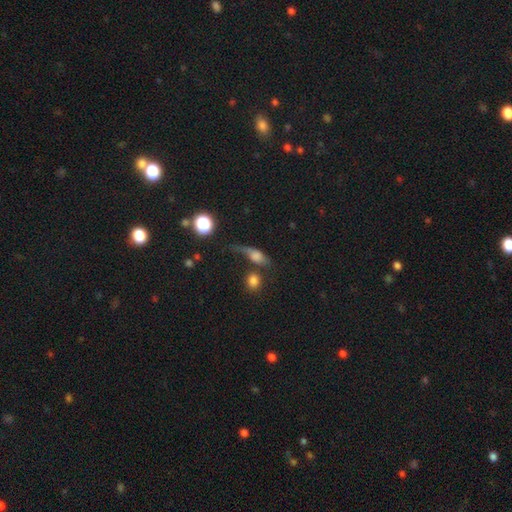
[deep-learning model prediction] Morphology: type=smooth (56%); roundness=in between (53%); merging=none (33%).